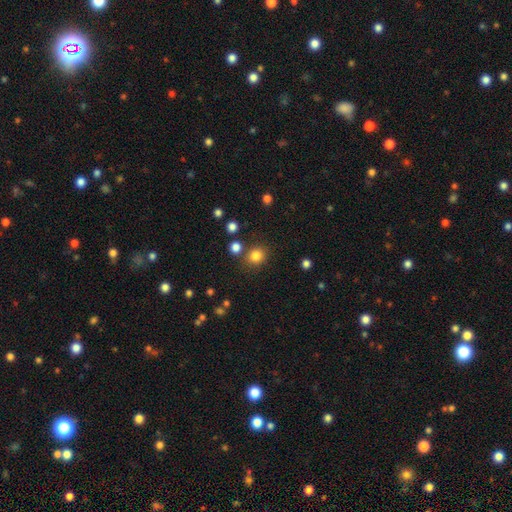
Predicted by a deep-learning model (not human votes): Smooth or featured?
  - smooth: 82% *
  - star or artifact: 13%
  - featured or disk: 5%
How rounded?
  - round: 80% *
  - in between: 19%
  - cigar-shaped: 1%
Merging?
  - none: 80% *
  - minor disturbance: 9%
  - merger: 8%
  - major disturbance: 3%